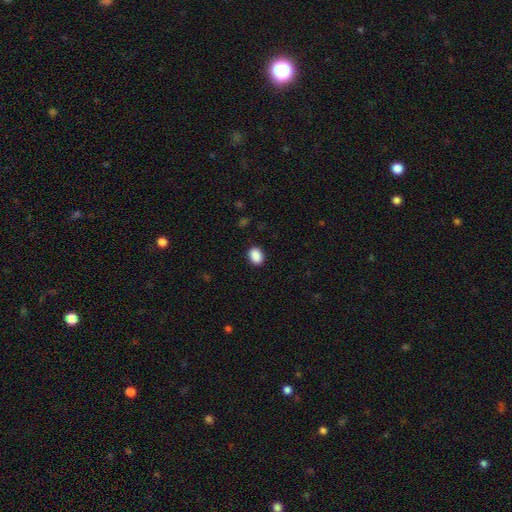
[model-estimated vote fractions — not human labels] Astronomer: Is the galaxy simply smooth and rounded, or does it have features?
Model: smooth — 90%.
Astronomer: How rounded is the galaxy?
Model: in between — 69%.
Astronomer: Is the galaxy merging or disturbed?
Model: none — 89%.